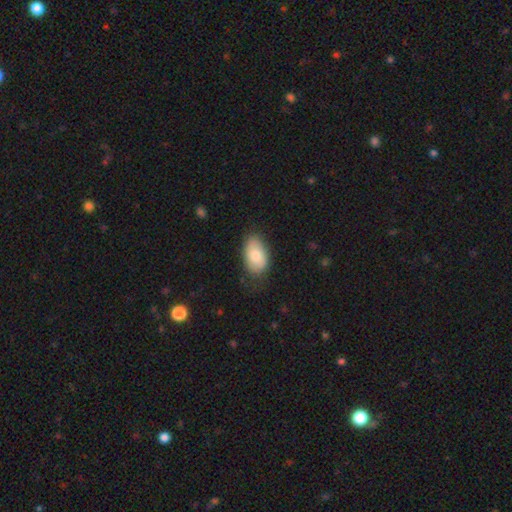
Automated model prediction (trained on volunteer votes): Q: Smooth or featured?
A: smooth (77%); runner-up: featured or disk (16%)
Q: How rounded?
A: in between (91%); runner-up: round (7%)
Q: Merging?
A: none (74%); runner-up: minor disturbance (20%)